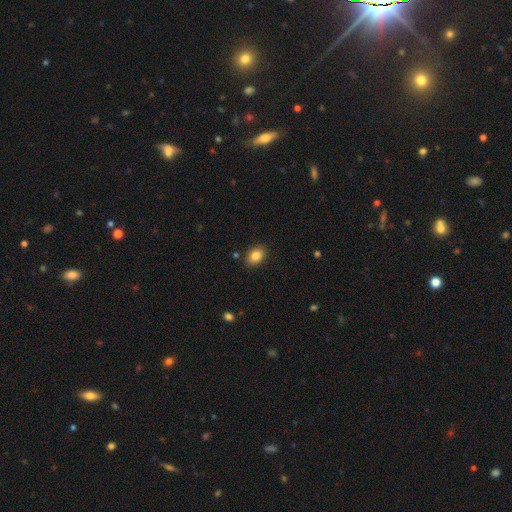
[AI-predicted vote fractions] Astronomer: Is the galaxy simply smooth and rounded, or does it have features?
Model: smooth — 85%.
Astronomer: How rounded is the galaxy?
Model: in between — 78%.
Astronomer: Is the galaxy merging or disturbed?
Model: none — 87%.